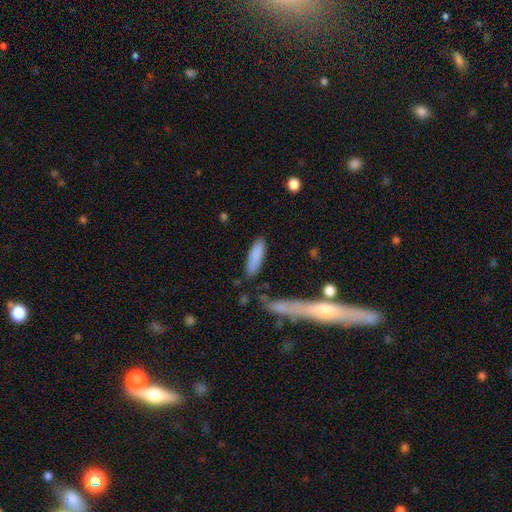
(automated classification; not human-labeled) smooth 85%, featured or disk 9%, star or artifact 6%. Down the decision tree: how rounded — cigar-shaped (62%); merging — none (81%).